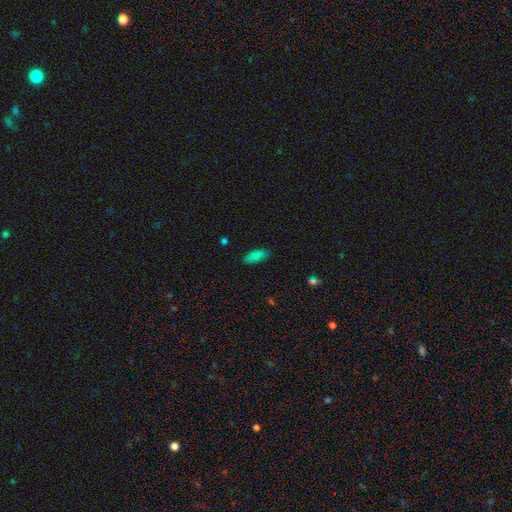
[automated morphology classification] type=smooth (86%); roundness=in between (82%); merging=none (86%).